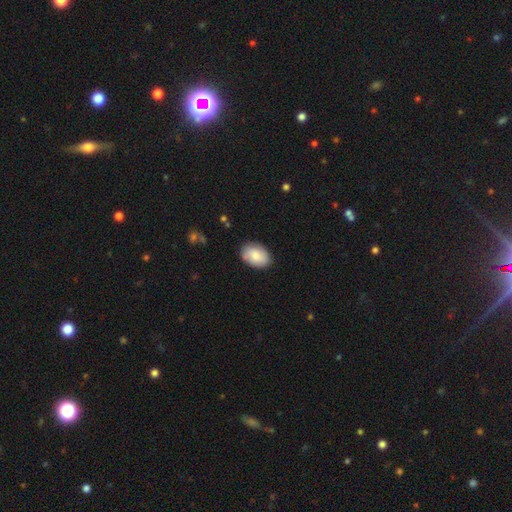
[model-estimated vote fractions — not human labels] Smooth or featured? smooth (82%)
How rounded? in between (86%)
Merging? none (85%)